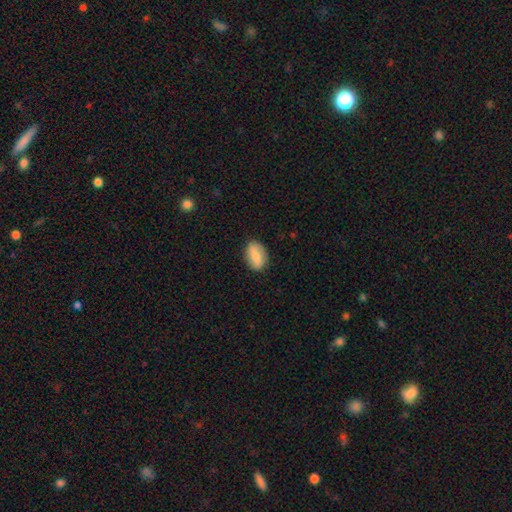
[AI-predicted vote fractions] Morphology: type=smooth (72%); roundness=in between (88%); merging=none (84%).